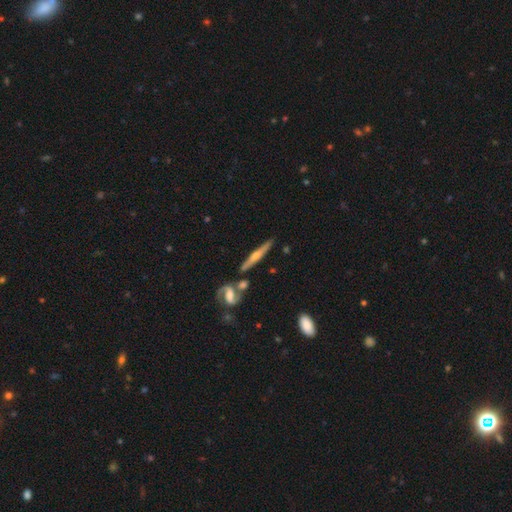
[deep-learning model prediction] A featured or disk galaxy (75%) viewed edge-on (95%) with a rounded central bulge (85%).

Vote fractions:
- Smooth or featured? featured or disk: 75% / smooth: 18% / star or artifact: 6%
- Edge-on disk? yes: 95% / no: 5%
- Edge-on bulge? rounded: 85% / none: 9% / boxy: 6%
- Merging? none: 78% / minor disturbance: 11% / merger: 8% / major disturbance: 3%